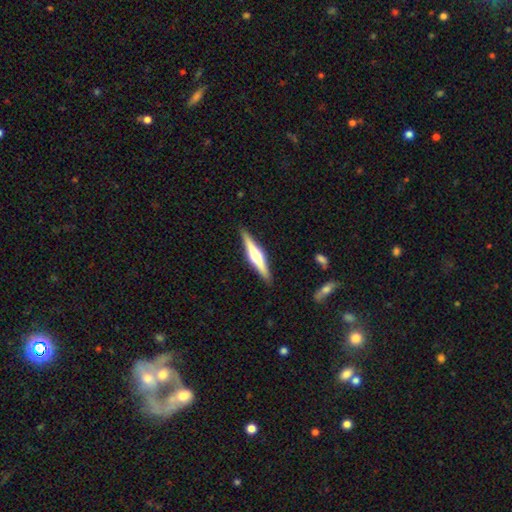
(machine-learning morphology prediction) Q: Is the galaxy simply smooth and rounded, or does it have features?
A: featured or disk — 69%.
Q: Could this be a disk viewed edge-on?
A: yes — 98%.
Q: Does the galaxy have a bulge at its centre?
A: rounded — 90%.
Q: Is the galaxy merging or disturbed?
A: none — 90%.